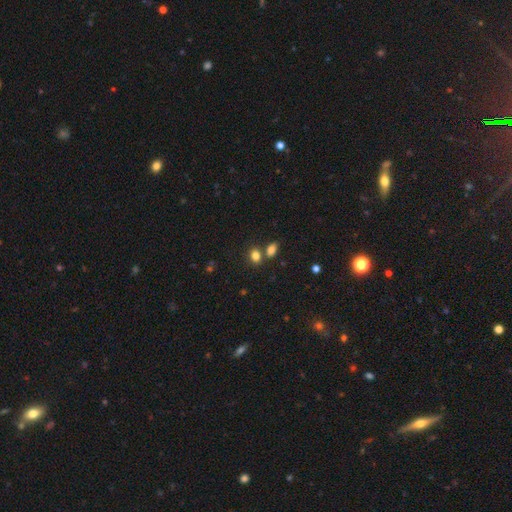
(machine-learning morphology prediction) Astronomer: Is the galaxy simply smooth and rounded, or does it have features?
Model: smooth — 83%.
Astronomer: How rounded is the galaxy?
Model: in between — 66%.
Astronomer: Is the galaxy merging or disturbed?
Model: none — 56%.